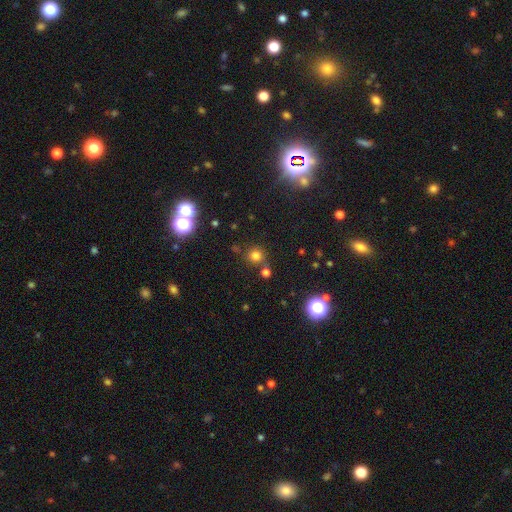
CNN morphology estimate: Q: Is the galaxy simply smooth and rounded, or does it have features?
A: smooth — 72%.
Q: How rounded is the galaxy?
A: round — 91%.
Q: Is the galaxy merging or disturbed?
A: none — 76%.